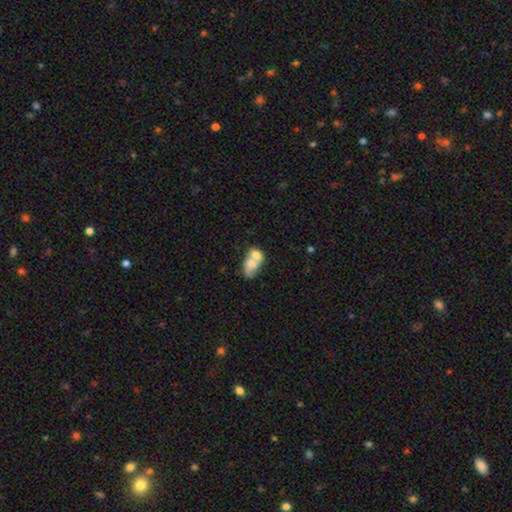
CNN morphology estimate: smooth_or_featured: smooth (p=0.56) [alt: featured or disk p=0.35]
how_rounded: in between (p=0.82) [alt: round p=0.16]
merging: merger (p=0.69) [alt: none p=0.15]